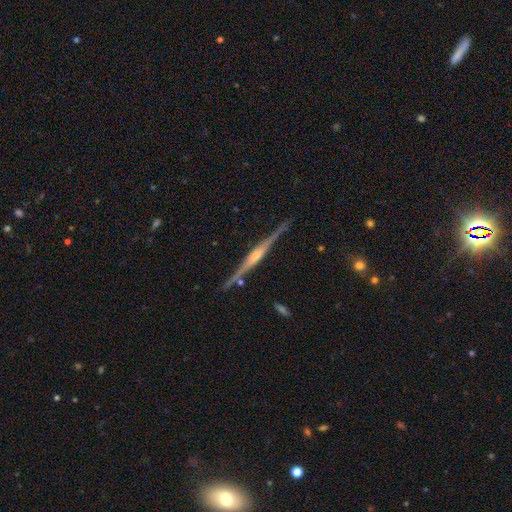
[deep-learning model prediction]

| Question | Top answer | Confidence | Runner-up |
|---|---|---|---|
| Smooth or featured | featured or disk | 85% | smooth (10%) |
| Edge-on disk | yes | 98% | no (2%) |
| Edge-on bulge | rounded | 60% | boxy (26%) |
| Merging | none | 88% | minor disturbance (8%) |